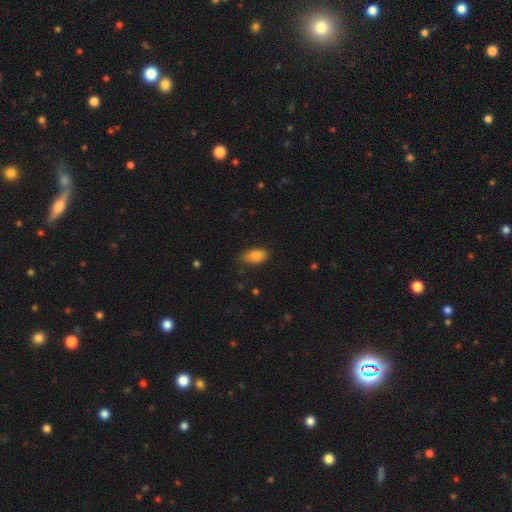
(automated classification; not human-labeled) Smooth or featured?
  - smooth: 86% *
  - star or artifact: 8%
  - featured or disk: 6%
How rounded?
  - in between: 91% *
  - cigar-shaped: 5%
  - round: 4%
Merging?
  - none: 77% *
  - minor disturbance: 18%
  - major disturbance: 4%
  - merger: 1%